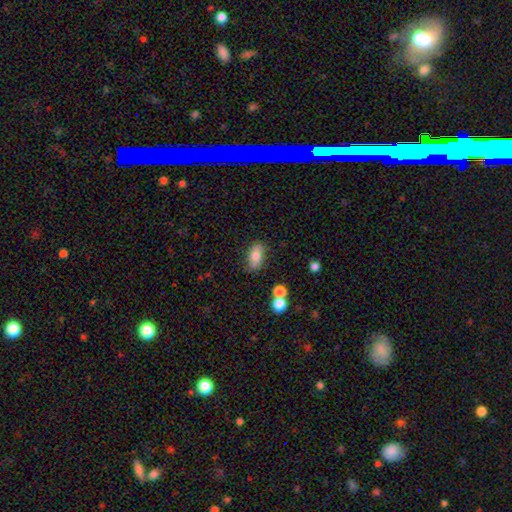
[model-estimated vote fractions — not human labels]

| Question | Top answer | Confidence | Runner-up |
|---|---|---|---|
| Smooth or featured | smooth | 75% | featured or disk (16%) |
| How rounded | in between | 88% | round (6%) |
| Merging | none | 75% | minor disturbance (17%) |